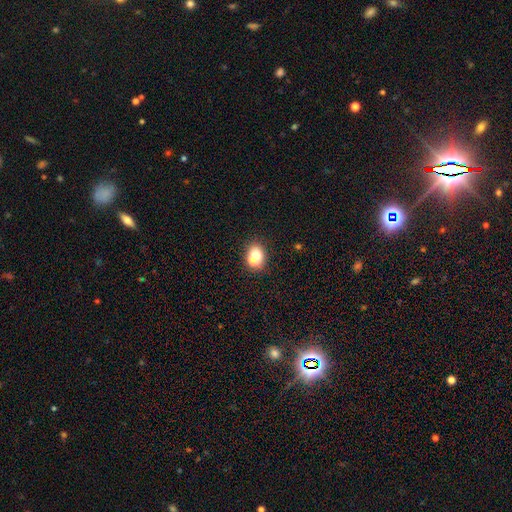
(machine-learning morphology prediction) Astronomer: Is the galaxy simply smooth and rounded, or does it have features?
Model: smooth — 70%.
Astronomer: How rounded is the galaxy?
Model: round — 54% (runner-up: in between, 45%).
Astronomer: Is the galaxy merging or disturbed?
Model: none — 44%, tied with merger at 44%.